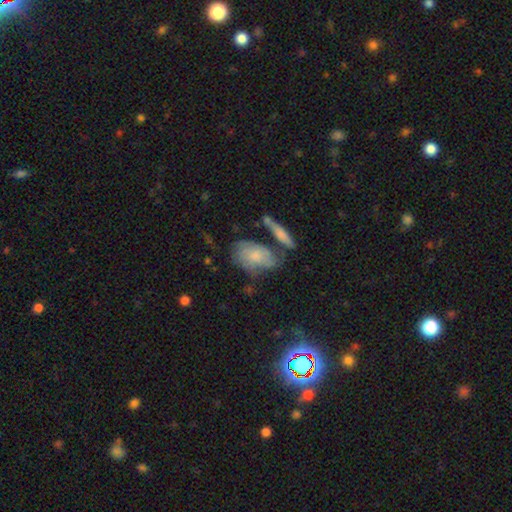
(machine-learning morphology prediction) Smooth or featured? smooth (58%)
How rounded? in between (84%)
Merging? none (47%)